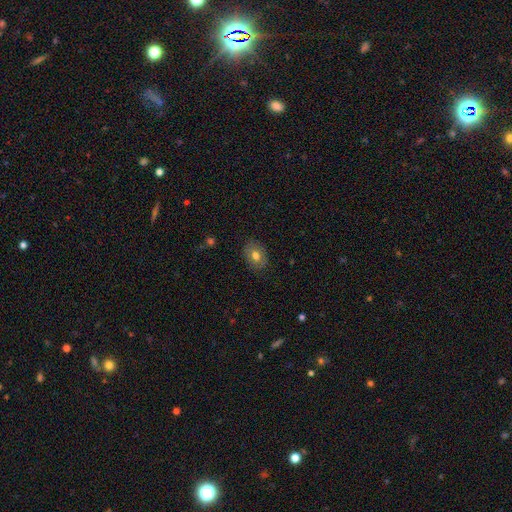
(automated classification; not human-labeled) A smooth galaxy with no disk features (67%) that is in between round and cigar-shaped (69%).

Vote fractions:
- Smooth or featured? smooth: 67% / featured or disk: 25% / star or artifact: 9%
- How rounded? in between: 69% / round: 30% / cigar-shaped: 1%
- Merging? none: 83% / minor disturbance: 13% / major disturbance: 3% / merger: 1%